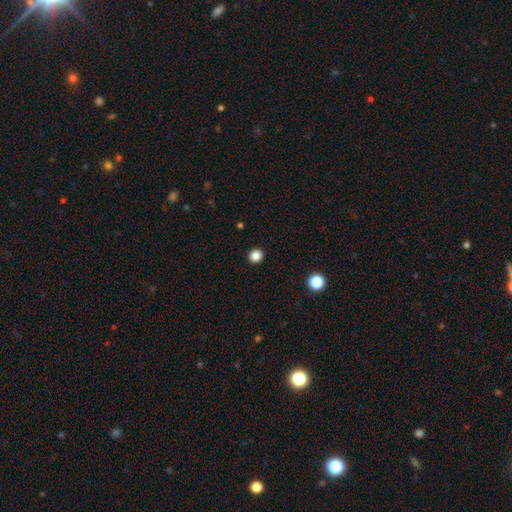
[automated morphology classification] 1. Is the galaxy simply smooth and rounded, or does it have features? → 85% smooth, 12% star or artifact, 3% featured or disk.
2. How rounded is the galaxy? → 92% round, 7% in between, 1% cigar-shaped.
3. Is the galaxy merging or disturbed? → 93% none, 4% minor disturbance, 2% major disturbance, 1% merger.